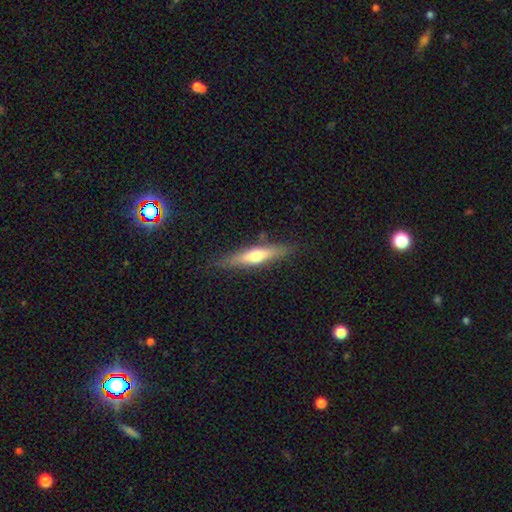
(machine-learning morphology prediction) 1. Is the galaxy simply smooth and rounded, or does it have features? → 48% featured or disk, 46% smooth, 6% star or artifact.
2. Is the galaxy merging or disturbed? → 83% none, 12% minor disturbance, 3% major disturbance, 2% merger.